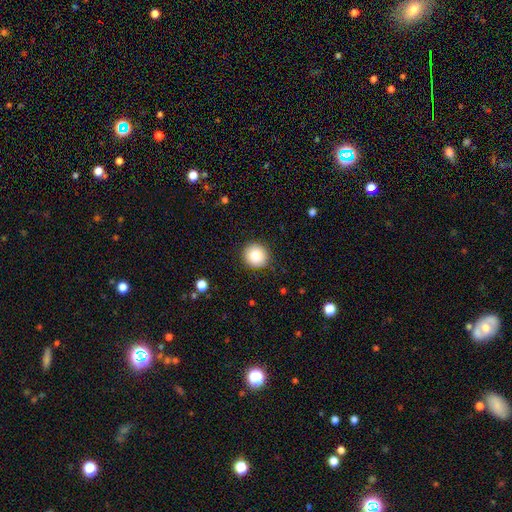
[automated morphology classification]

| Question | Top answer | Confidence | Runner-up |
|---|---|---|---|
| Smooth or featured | smooth | 84% | star or artifact (9%) |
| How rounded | round | 93% | in between (6%) |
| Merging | none | 89% | minor disturbance (7%) |